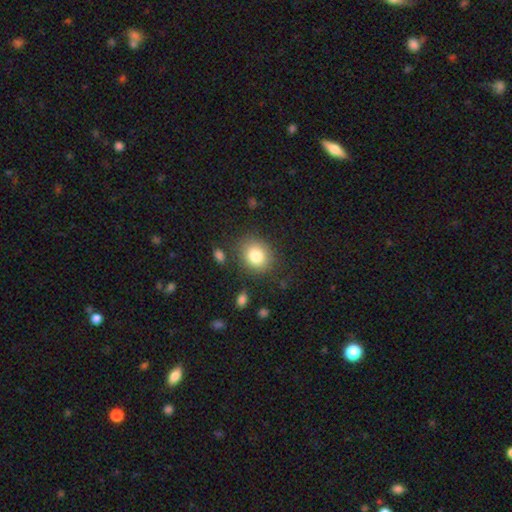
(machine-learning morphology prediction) smooth_or_featured: smooth (p=0.83) [alt: star or artifact p=0.09]
how_rounded: round (p=0.64) [alt: in between p=0.35]
merging: none (p=0.81) [alt: minor disturbance p=0.11]